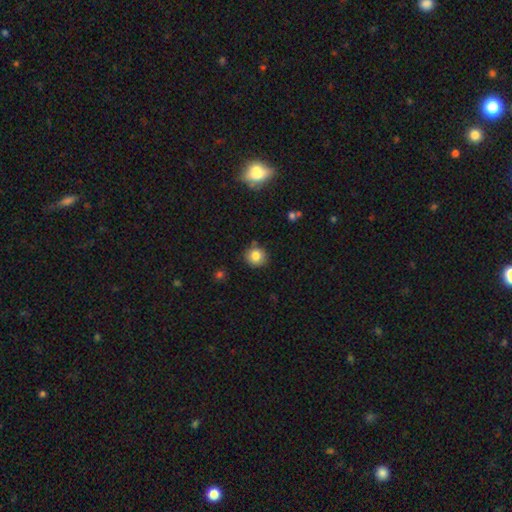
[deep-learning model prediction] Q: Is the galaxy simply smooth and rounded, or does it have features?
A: smooth — 82%.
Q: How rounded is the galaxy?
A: round — 89%.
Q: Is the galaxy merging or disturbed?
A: none — 84%.